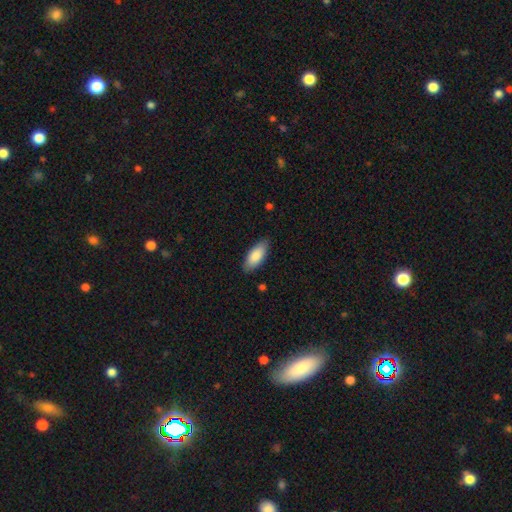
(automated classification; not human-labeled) Overall: smooth (86%). How rounded: in between (85%). Merging: none (85%).